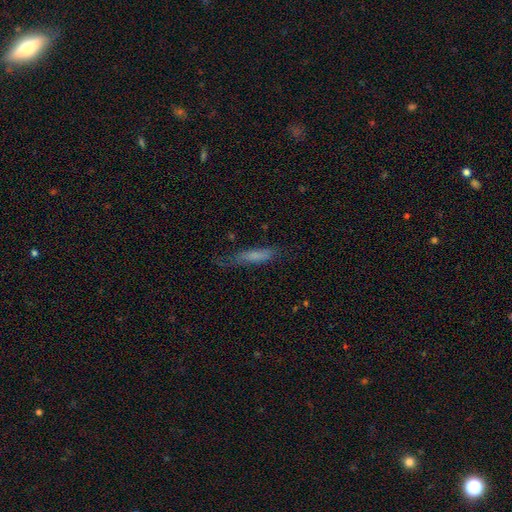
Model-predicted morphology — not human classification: A smooth galaxy with no disk features (62%) that is cigar-shaped (83%). Merging: none (60%).